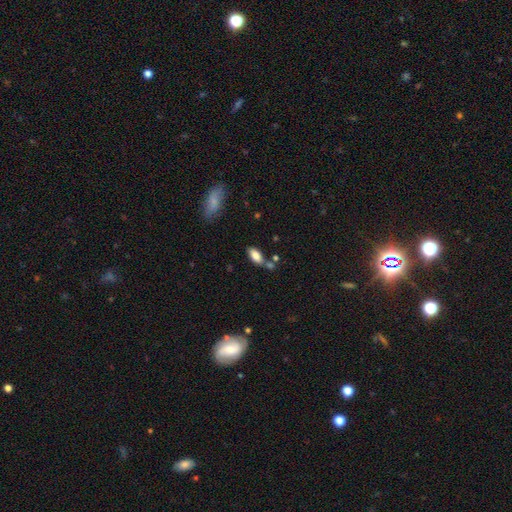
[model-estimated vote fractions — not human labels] Morphology: type=smooth (83%); roundness=in between (88%); merging=none (68%).